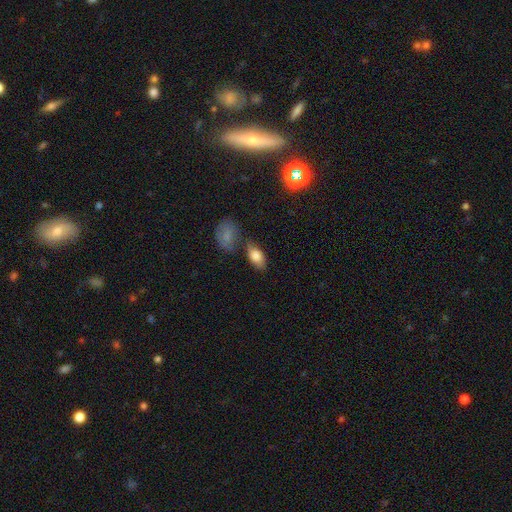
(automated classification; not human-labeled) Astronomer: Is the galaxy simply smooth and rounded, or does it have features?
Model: smooth — 81%.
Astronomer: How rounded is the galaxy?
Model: in between — 91%.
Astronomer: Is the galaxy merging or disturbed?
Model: none — 64%.